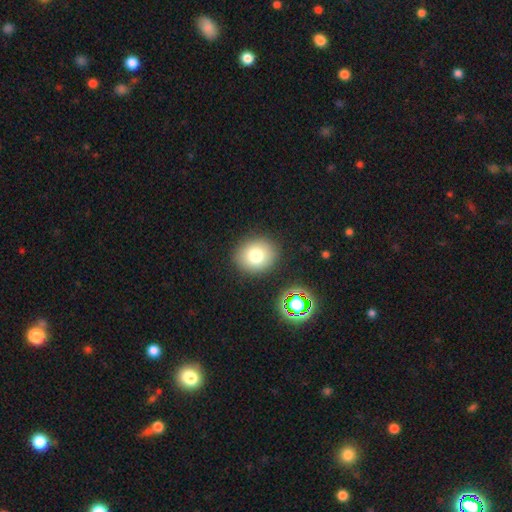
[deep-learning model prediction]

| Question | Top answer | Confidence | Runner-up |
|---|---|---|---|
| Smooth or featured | smooth | 76% | star or artifact (13%) |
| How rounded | round | 68% | in between (31%) |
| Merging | none | 88% | minor disturbance (7%) |